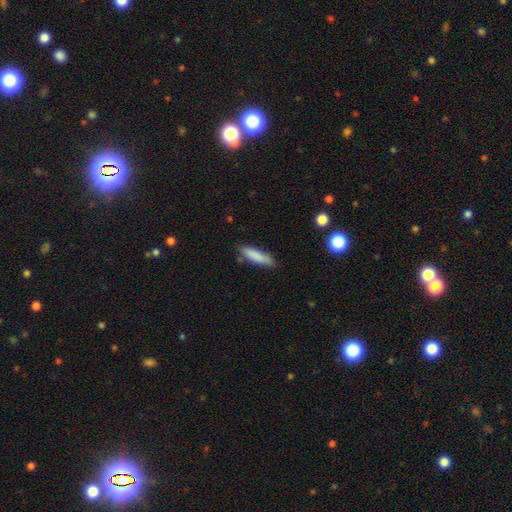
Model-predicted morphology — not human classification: smooth 83%, featured or disk 11%, star or artifact 6%. Down the decision tree: how rounded — cigar-shaped (70%); merging — none (77%).